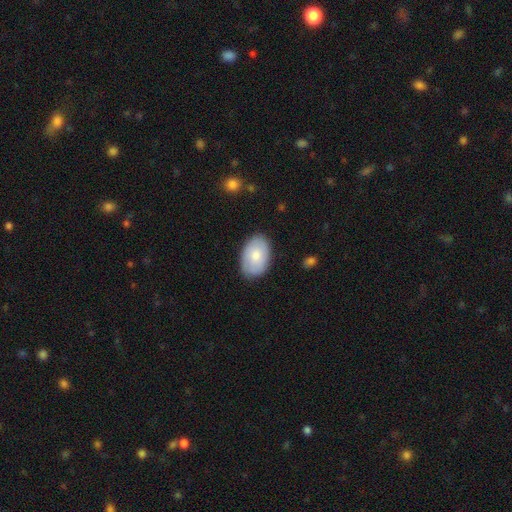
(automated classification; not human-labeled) smooth 75%, featured or disk 20%, star or artifact 6%. Down the decision tree: how rounded — in between (90%); merging — none (82%).